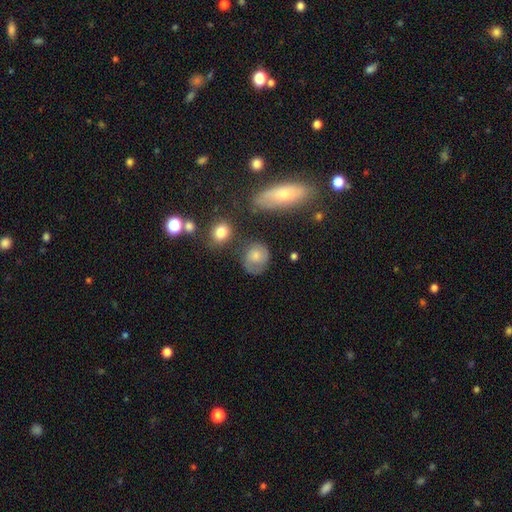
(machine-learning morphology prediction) This appears to be a smooth galaxy with no disk features (66%) that is round (71%). Merging: none (57%).